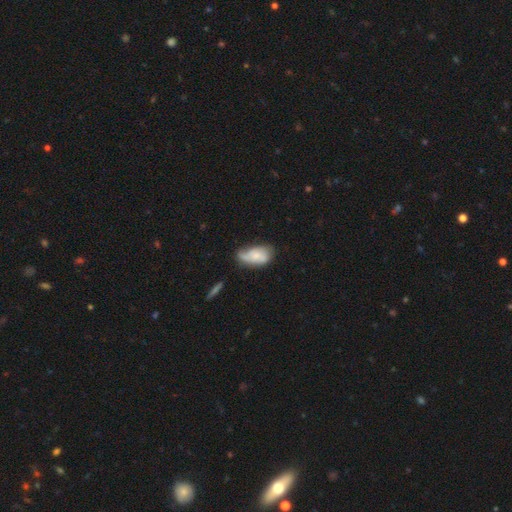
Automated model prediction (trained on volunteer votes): Q: Smooth or featured?
A: smooth (50%); runner-up: featured or disk (43%)
Q: Merging?
A: none (46%); runner-up: minor disturbance (35%)